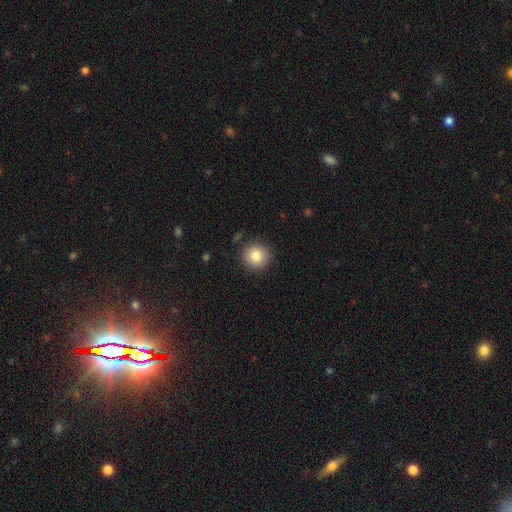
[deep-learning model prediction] Overall: smooth (86%). How rounded: round (91%). Merging: none (89%).